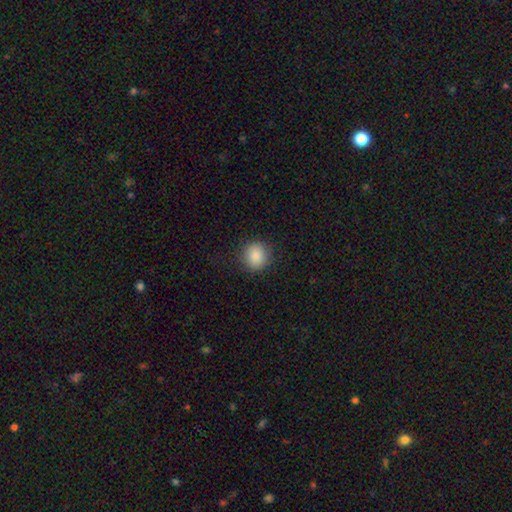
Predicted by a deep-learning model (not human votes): This is clearly a smooth galaxy (88%). How rounded: clearly round (88%). Merging: clearly none (87%).